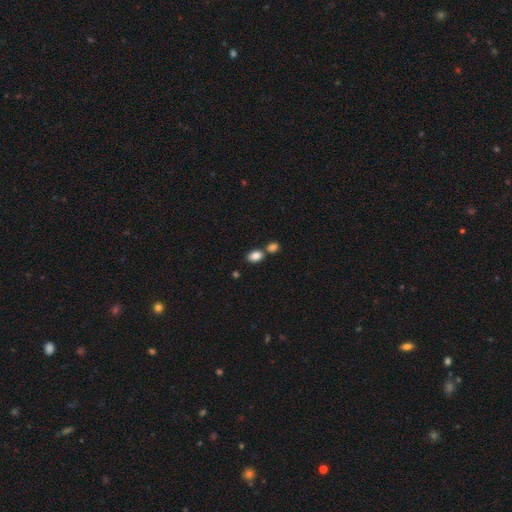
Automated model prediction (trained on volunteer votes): Smooth or featured: smooth — 86% (star or artifact — 9%)
How rounded: in between — 85% (round — 14%)
Merging: none — 56% (merger — 31%)